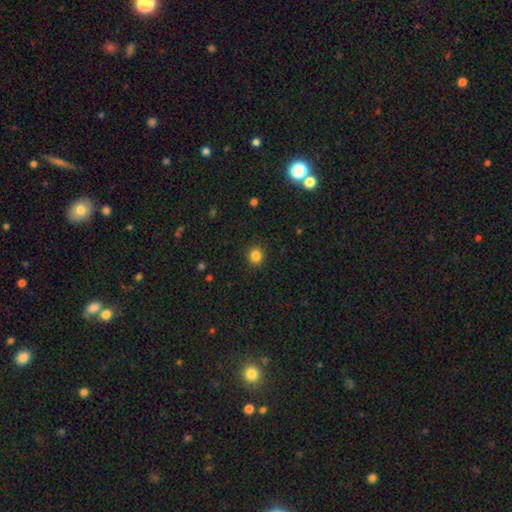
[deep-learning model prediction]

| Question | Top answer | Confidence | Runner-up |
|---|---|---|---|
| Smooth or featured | smooth | 84% | star or artifact (12%) |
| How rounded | round | 85% | in between (14%) |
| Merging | none | 91% | minor disturbance (6%) |